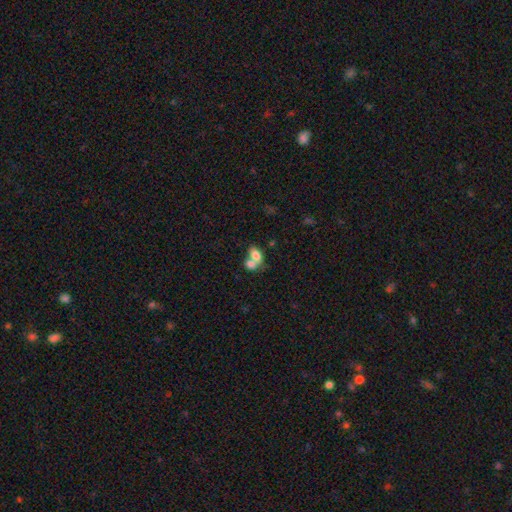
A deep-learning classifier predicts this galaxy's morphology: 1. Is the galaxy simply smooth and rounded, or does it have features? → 76% smooth, 15% featured or disk, 8% star or artifact.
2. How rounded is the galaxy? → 86% in between, 12% round, 2% cigar-shaped.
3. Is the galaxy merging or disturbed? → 65% merger, 23% none, 7% minor disturbance, 4% major disturbance.